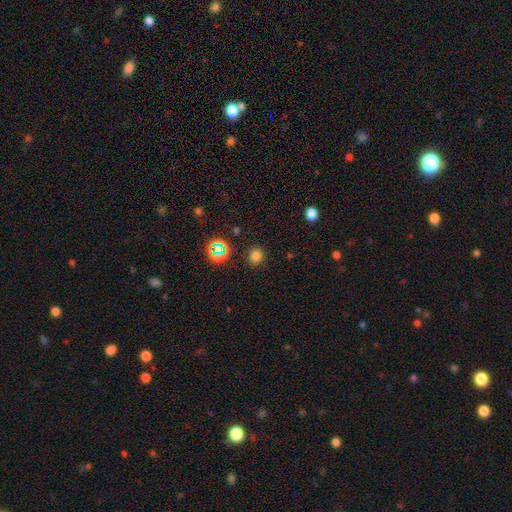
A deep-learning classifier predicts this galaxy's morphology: Smooth or featured? Predicted: smooth (p=0.74). How rounded? Predicted: round (p=0.85). Merging? Predicted: none (p=0.88).